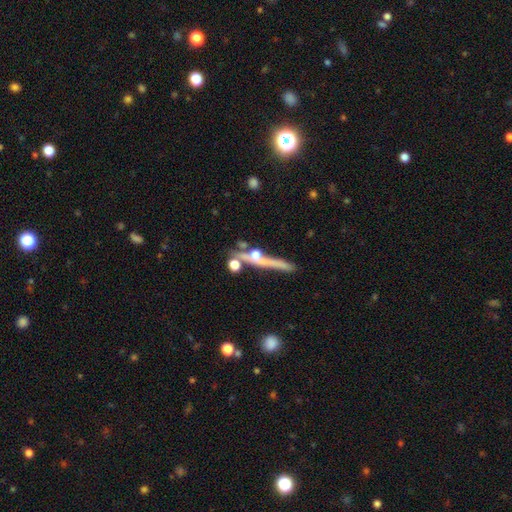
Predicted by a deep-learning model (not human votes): This appears to be a featured or disk galaxy (51%) viewed edge-on (79%). Merging: none (50%).